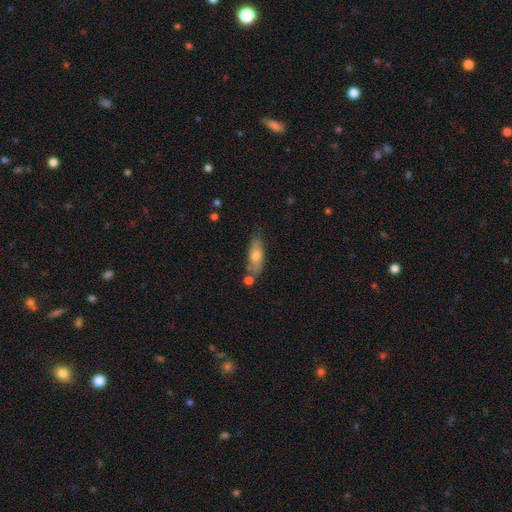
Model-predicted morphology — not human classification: Smooth or featured? smooth (63%)
How rounded? in between (55%)
Merging? none (66%)